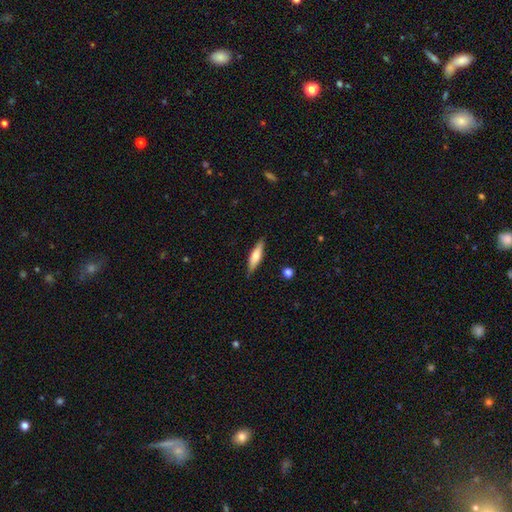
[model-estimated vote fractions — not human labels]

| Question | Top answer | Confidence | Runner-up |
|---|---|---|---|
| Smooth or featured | smooth | 55% | featured or disk (39%) |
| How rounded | cigar-shaped | 70% | in between (27%) |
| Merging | none | 85% | minor disturbance (11%) |